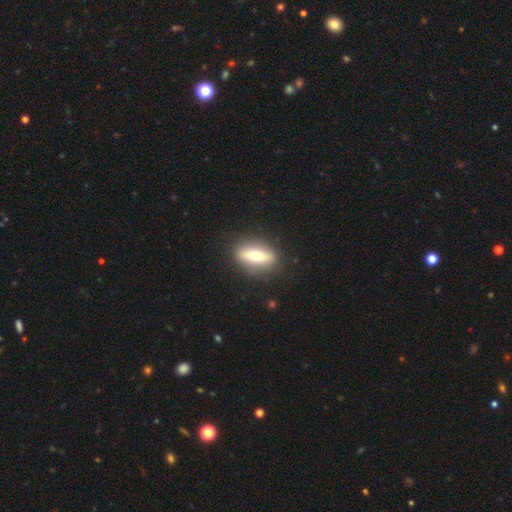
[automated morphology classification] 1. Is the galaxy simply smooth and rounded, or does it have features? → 61% smooth, 32% featured or disk, 7% star or artifact.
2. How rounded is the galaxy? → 56% in between, 40% cigar-shaped, 5% round.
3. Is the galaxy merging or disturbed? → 85% none, 10% minor disturbance, 3% major disturbance, 1% merger.